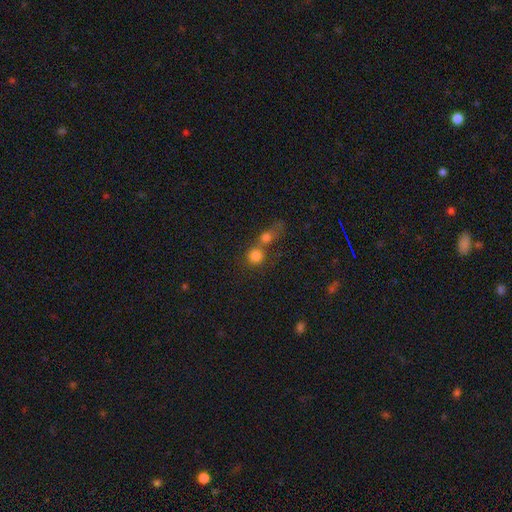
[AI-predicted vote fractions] This is likely a smooth galaxy (78%). How rounded: clearly round (88%). Merging: possibly merger (50%).